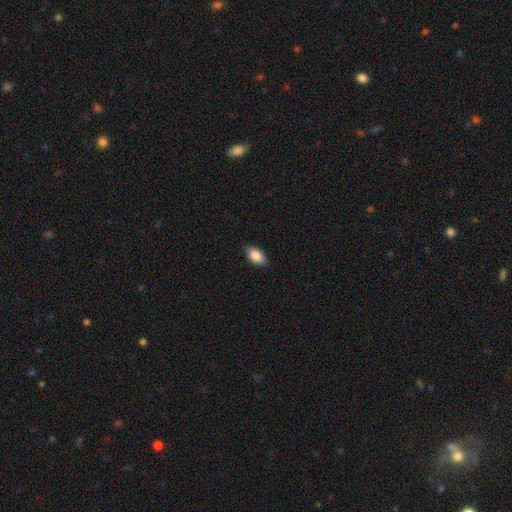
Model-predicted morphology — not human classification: Smooth or featured? smooth (89%)
How rounded? in between (93%)
Merging? none (88%)